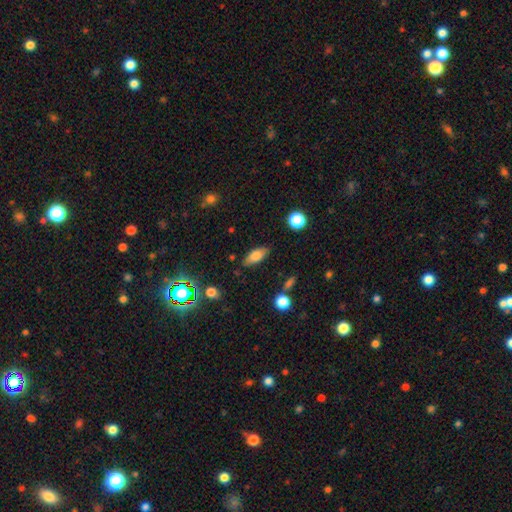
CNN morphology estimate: Q: Smooth or featured?
A: smooth (75%); runner-up: featured or disk (16%)
Q: How rounded?
A: in between (80%); runner-up: cigar-shaped (17%)
Q: Merging?
A: none (82%); runner-up: minor disturbance (12%)